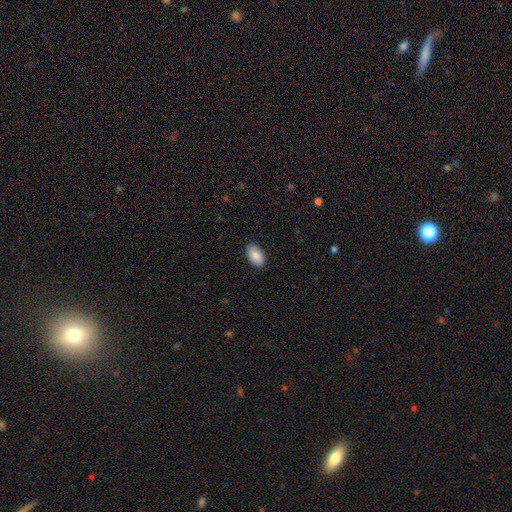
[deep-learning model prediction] A smooth galaxy with no disk features (87%) that is in between round and cigar-shaped (95%). Merging: none (87%).